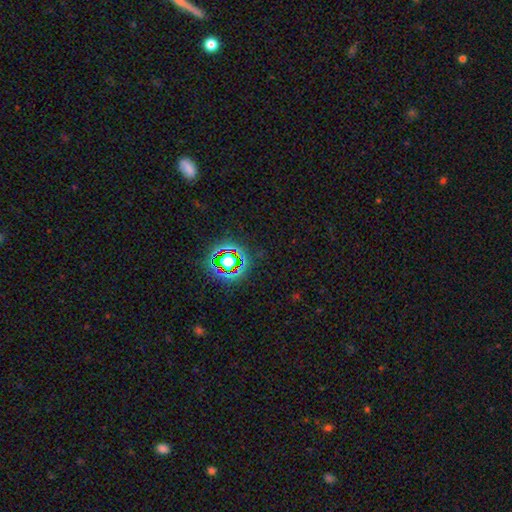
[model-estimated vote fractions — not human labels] A star or artifact, not a galaxy (75%).

Vote fractions:
- Smooth or featured? star or artifact: 75% / smooth: 15% / featured or disk: 10%